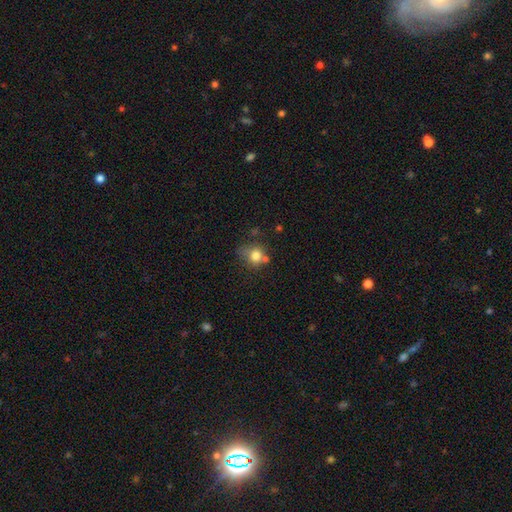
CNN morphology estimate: Smooth or featured: smooth — 77% (star or artifact — 12%)
How rounded: round — 78% (in between — 21%)
Merging: none — 51% (minor disturbance — 22%)